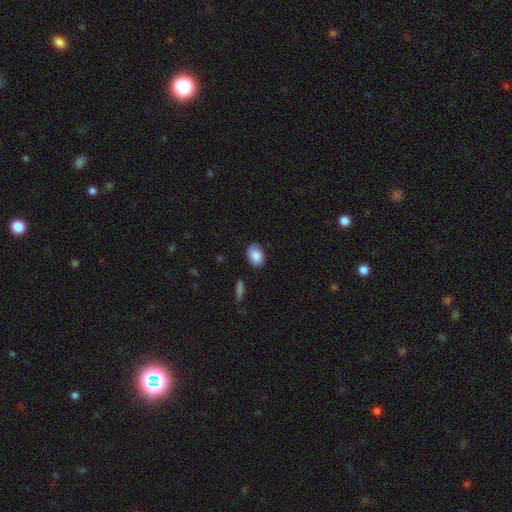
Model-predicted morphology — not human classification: Q: Smooth or featured?
A: smooth (87%); runner-up: star or artifact (7%)
Q: How rounded?
A: in between (81%); runner-up: round (18%)
Q: Merging?
A: none (80%); runner-up: minor disturbance (15%)